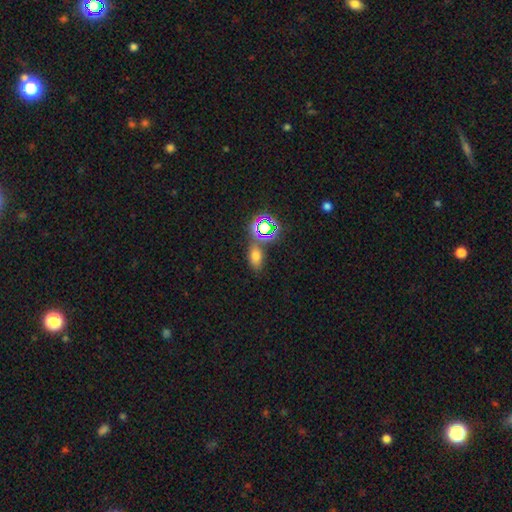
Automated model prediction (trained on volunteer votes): Morphology: type=smooth (61%); roundness=in between (81%); merging=none (72%).